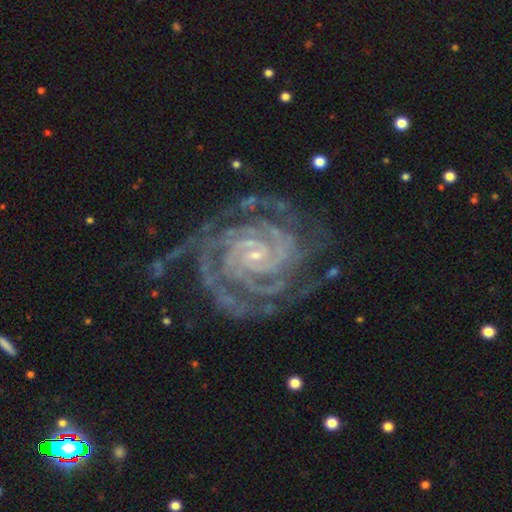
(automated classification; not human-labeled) Smooth or featured?
  - featured or disk: 93% *
  - star or artifact: 5%
  - smooth: 2%
Edge-on disk?
  - no: 98% *
  - yes: 2%
Bar?
  - no: 55% *
  - weak: 29%
  - strong: 16%
Spiral arms?
  - yes: 99% *
  - no: 1%
Spiral winding?
  - tight: 84% *
  - medium: 14%
  - loose: 2%
Spiral arm count?
  - 2: 28% *
  - 4: 21%
  - 3: 20%
  - can't tell: 12%
  - more than 4: 12%
  - 1: 8%
Bulge size?
  - small: 86% *
  - moderate: 9%
  - none: 3%
  - large: 1%
  - dominant: 1%
Merging?
  - none: 74% *
  - minor disturbance: 17%
  - major disturbance: 8%
  - merger: 2%